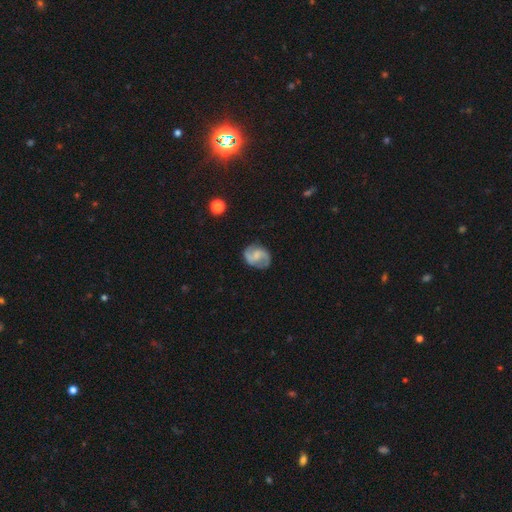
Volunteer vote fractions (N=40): Q: Smooth or featured?
A: featured or disk (90%); runner-up: smooth (8%)
Q: Edge-on disk?
A: no (97%); runner-up: yes (3%)
Q: Bar?
A: weak (40%); tied with: no (40%)
Q: Spiral arms?
A: yes (94%); runner-up: no (6%)
Q: Spiral winding?
A: medium (48%); runner-up: loose (42%)
Q: Spiral arm count?
A: 2 (100%)
Q: Bulge size?
A: moderate (43%); runner-up: small (34%)
Q: Merging?
A: none (82%); runner-up: minor disturbance (15%)